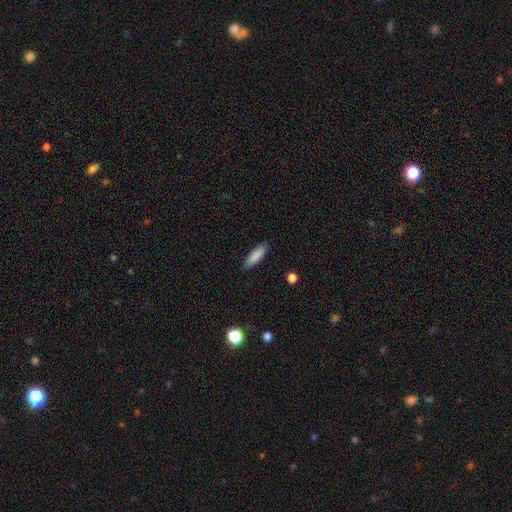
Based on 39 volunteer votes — Smooth or featured?
  - smooth: 95% *
  - star or artifact: 5%
  - featured or disk: 0%
How rounded?
  - cigar-shaped: 57% *
  - in between: 41%
  - round: 3%
Merging?
  - none: 100% *
  - minor disturbance: 0%
  - major disturbance: 0%
  - merger: 0%